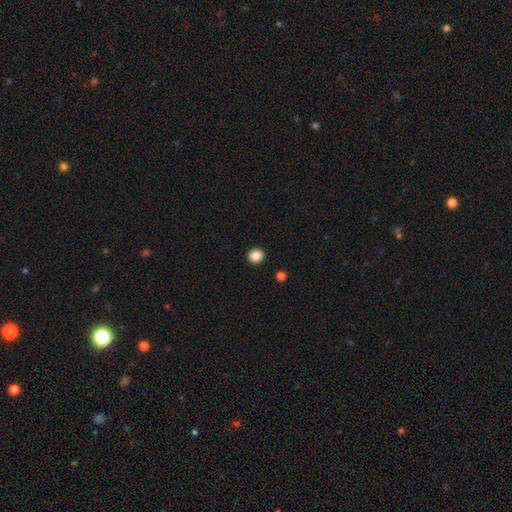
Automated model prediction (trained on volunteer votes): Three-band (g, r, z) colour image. It shows a smooth galaxy with no disk features (87%) that is round (88%). Merging: none (93%).